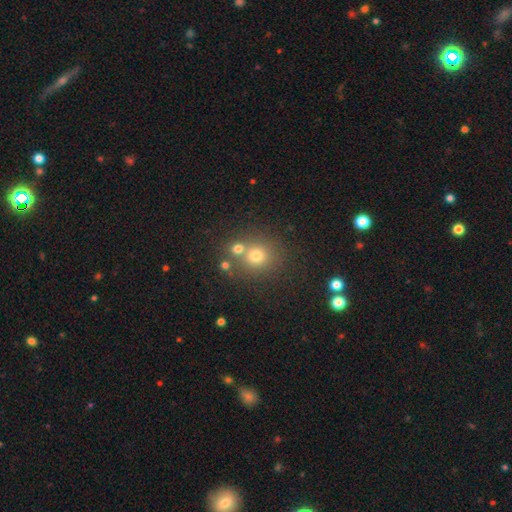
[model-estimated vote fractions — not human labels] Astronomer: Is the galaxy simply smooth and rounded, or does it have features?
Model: smooth — 71%.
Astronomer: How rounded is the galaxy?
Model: round — 85%.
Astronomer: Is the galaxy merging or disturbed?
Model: none — 61%.